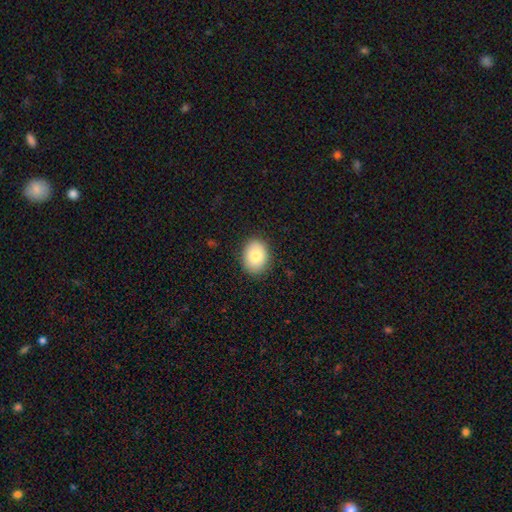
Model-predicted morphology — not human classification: This is clearly a smooth galaxy (82%). How rounded: possibly in between (59%). Merging: clearly none (88%).